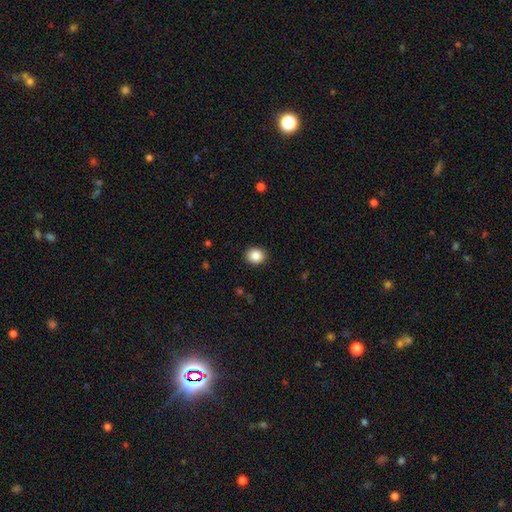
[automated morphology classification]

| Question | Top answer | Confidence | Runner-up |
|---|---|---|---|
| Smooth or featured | smooth | 86% | star or artifact (9%) |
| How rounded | round | 77% | in between (22%) |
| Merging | none | 91% | minor disturbance (6%) |